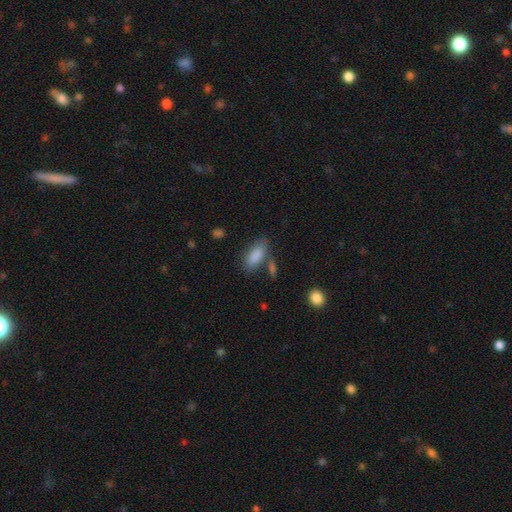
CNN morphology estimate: A smooth galaxy with no disk features (86%) that is in between round and cigar-shaped (82%).

Vote fractions:
- Smooth or featured? smooth: 86% / featured or disk: 7% / star or artifact: 7%
- How rounded? in between: 82% / cigar-shaped: 15% / round: 2%
- Merging? none: 64% / minor disturbance: 18% / merger: 12% / major disturbance: 6%